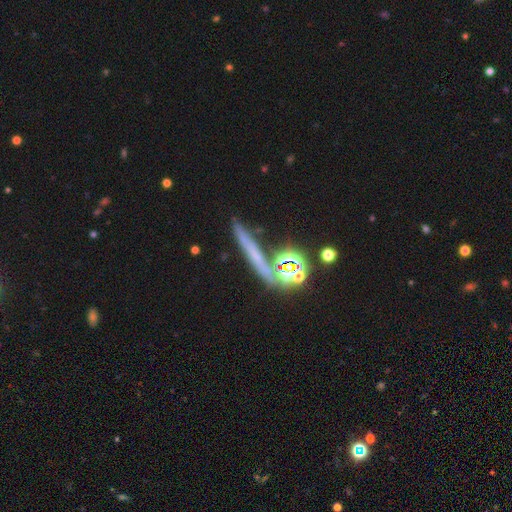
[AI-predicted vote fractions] Smooth or featured?
  - smooth: 36% *
  - star or artifact: 35%
  - featured or disk: 29%
Merging?
  - none: 65% *
  - minor disturbance: 14%
  - merger: 13%
  - major disturbance: 8%